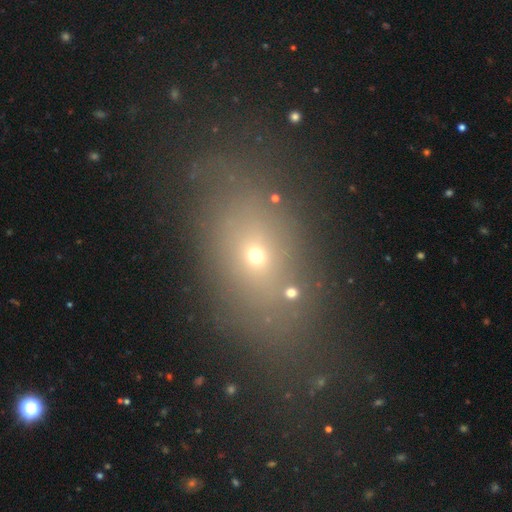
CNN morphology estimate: The model was most divided on "smooth or featured": smooth: 54%, star or artifact: 27%, featured or disk: 18%. More confident: merging — none (75%); how rounded — in between (70%).